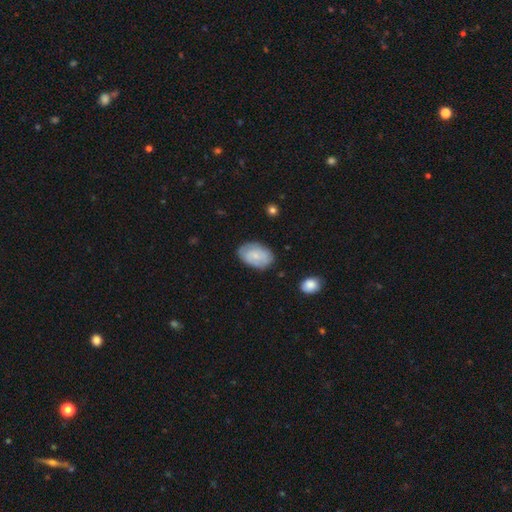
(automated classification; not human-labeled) Smooth or featured: smooth — 53% (featured or disk — 40%)
How rounded: in between — 87% (round — 12%)
Merging: none — 75% (minor disturbance — 19%)